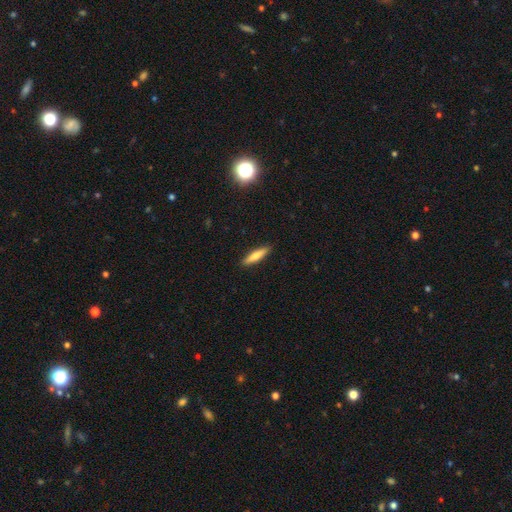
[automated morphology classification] Overall: smooth (66%; featured or disk 27%). How rounded: cigar-shaped (81%). Merging: none (90%).